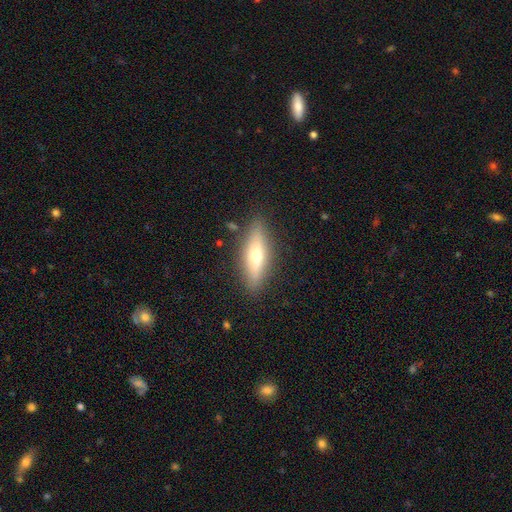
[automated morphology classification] Smooth or featured? featured or disk (47%)
Merging? none (86%)